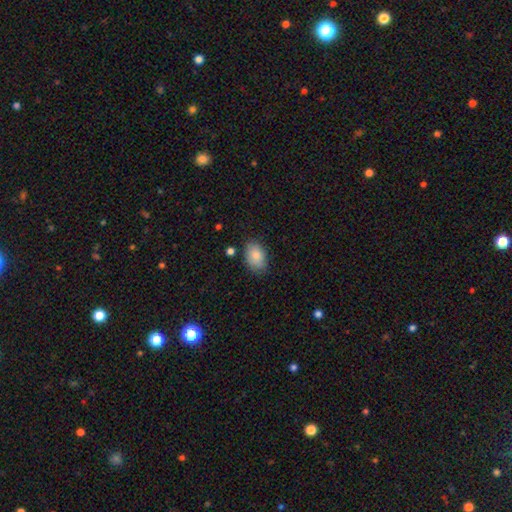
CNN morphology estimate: Smooth or featured: smooth — 84% (featured or disk — 9%)
How rounded: in between — 86% (round — 13%)
Merging: none — 75% (minor disturbance — 18%)